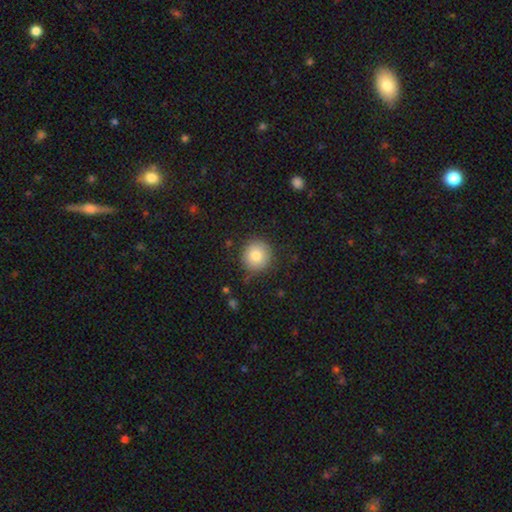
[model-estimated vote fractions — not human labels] Smooth or featured? smooth (82%)
How rounded? round (93%)
Merging? none (86%)